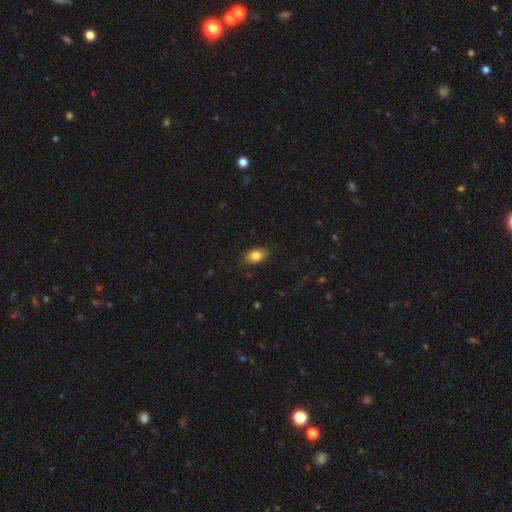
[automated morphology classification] type=smooth (82%); roundness=in between (84%); merging=none (83%).